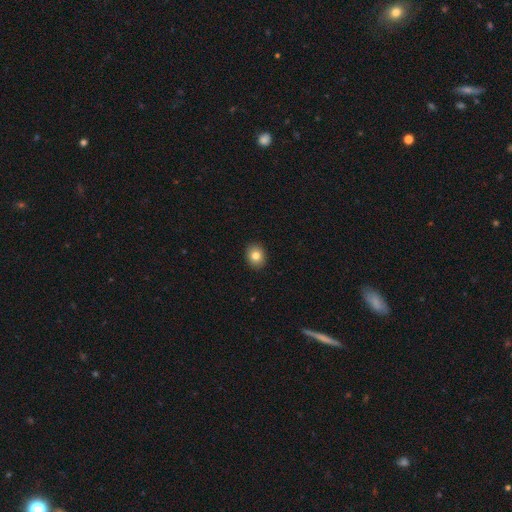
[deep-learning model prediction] A smooth galaxy with no disk features (81%) that is round (59%). Merging: none (92%).